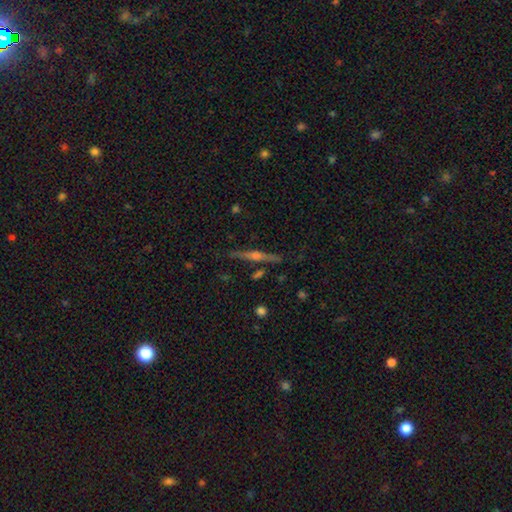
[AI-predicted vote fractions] The model was most divided on "smooth or featured": featured or disk: 72%, smooth: 15%, star or artifact: 12%. More confident: edge-on disk — yes (96%); merging — none (86%); edge-on bulge — rounded (83%).